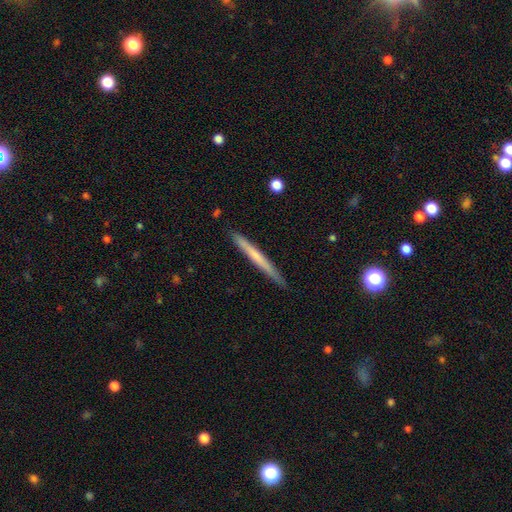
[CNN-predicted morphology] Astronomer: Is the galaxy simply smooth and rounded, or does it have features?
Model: smooth — 54% (runner-up: featured or disk, 41%).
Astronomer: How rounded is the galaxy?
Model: cigar-shaped — 97%.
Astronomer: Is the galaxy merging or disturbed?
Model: none — 89%.